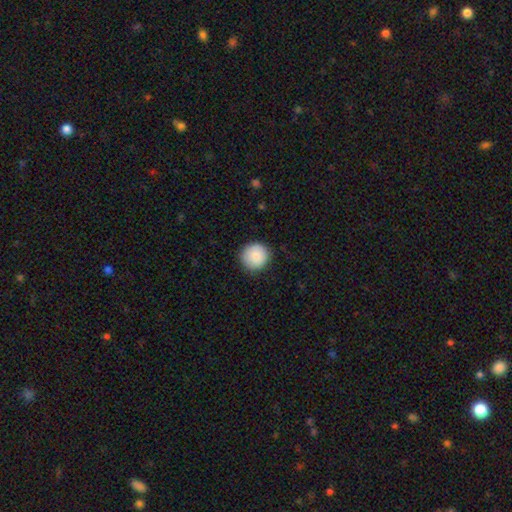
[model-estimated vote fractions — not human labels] smooth-or-featured: smooth: 85% | featured or disk: 8% | star or artifact: 7%
  how-rounded: round: 94% | in between: 5% | cigar-shaped: 1%
  merging: none: 89% | minor disturbance: 8% | major disturbance: 2% | merger: 1%